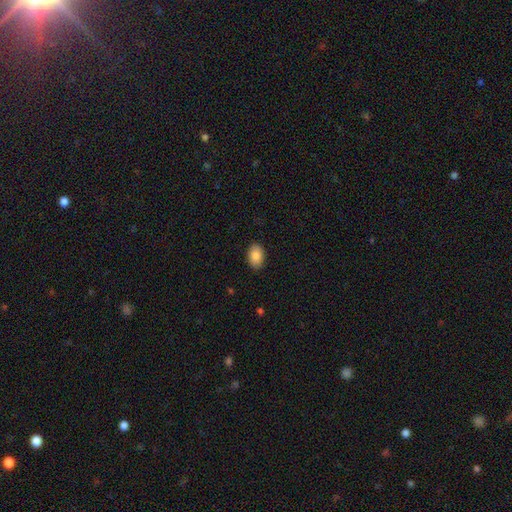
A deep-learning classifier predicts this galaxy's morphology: The model was most divided on "how rounded": in between: 88%, round: 11%, cigar-shaped: 1%. More confident: smooth or featured — smooth (88%); merging — none (88%).